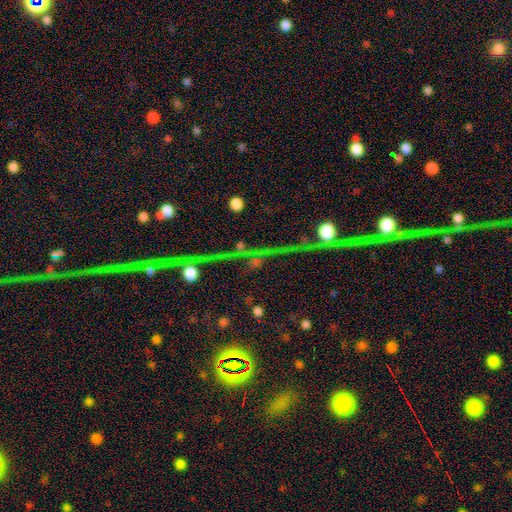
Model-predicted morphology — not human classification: Smooth or featured? Predicted: star or artifact (p=0.76).